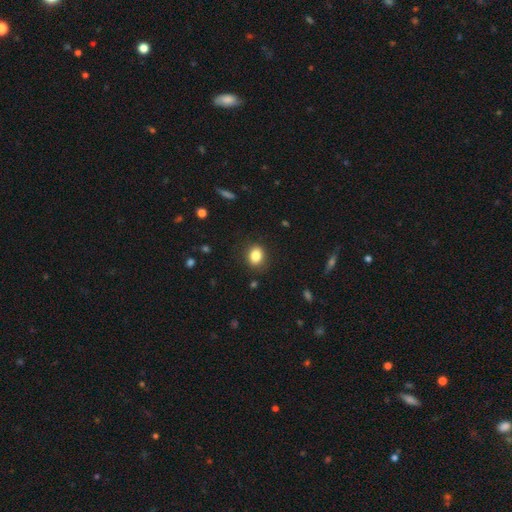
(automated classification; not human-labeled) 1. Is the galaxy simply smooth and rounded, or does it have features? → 84% smooth, 10% star or artifact, 6% featured or disk.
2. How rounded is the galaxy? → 50% in between, 49% round, 1% cigar-shaped.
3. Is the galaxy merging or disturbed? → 85% none, 11% minor disturbance, 3% major disturbance, 1% merger.